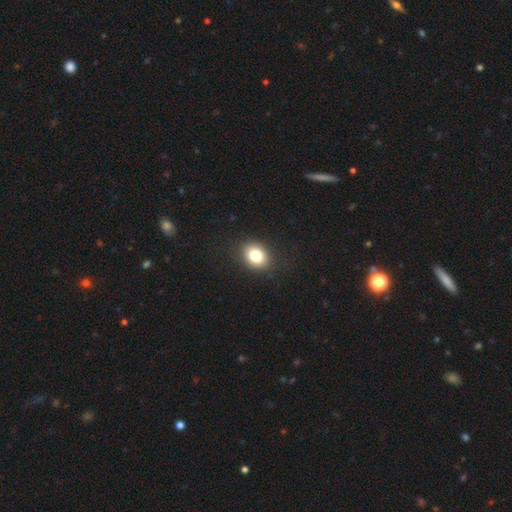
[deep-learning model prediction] The model was most divided on "how rounded": in between: 58%, round: 41%, cigar-shaped: 1%. More confident: merging — none (88%); smooth or featured — smooth (82%).